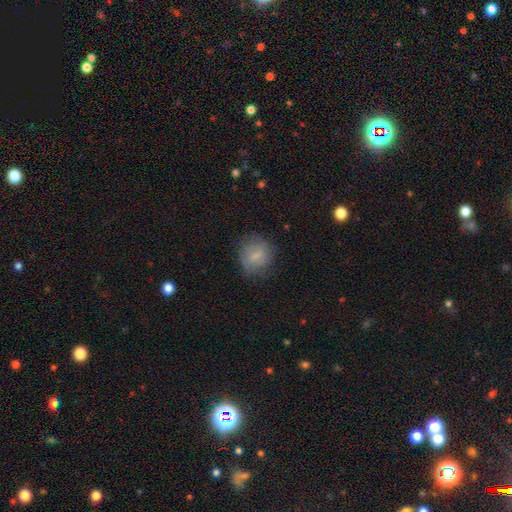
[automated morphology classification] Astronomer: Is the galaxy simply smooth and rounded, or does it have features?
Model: smooth — 68%.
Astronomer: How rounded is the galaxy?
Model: round — 72%.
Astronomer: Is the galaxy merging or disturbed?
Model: none — 70%.